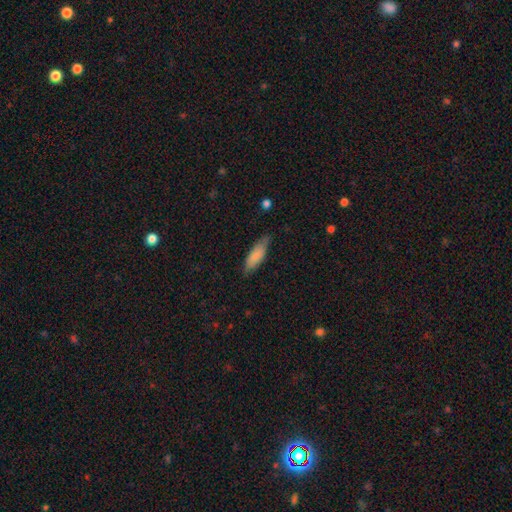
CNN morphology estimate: Smooth or featured?
  - smooth: 81% *
  - featured or disk: 13%
  - star or artifact: 6%
How rounded?
  - in between: 52% *
  - cigar-shaped: 47%
  - round: 2%
Merging?
  - none: 74% *
  - minor disturbance: 21%
  - major disturbance: 4%
  - merger: 1%